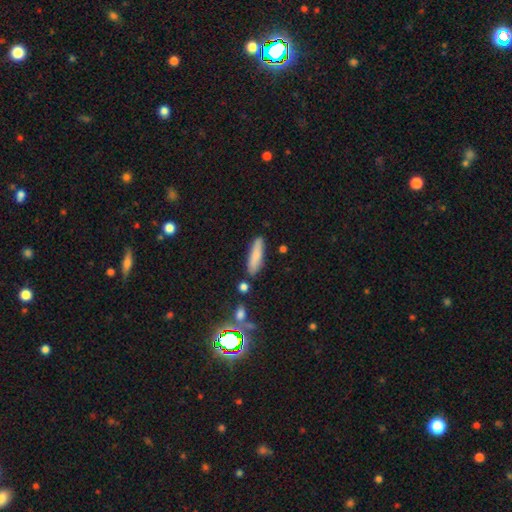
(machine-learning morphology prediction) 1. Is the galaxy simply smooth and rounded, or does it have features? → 81% smooth, 11% featured or disk, 8% star or artifact.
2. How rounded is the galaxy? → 73% cigar-shaped, 25% in between, 2% round.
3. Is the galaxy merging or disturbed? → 81% none, 12% minor disturbance, 4% merger, 3% major disturbance.